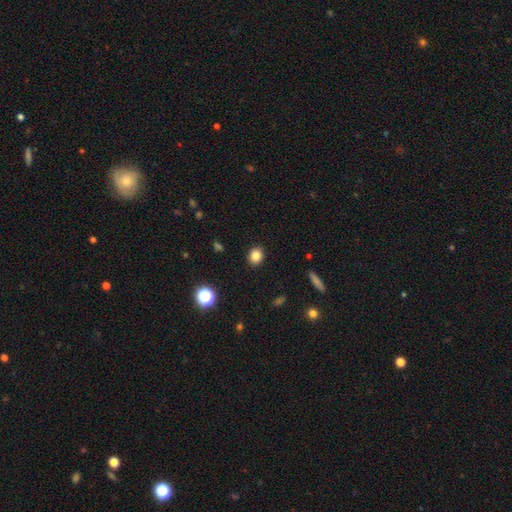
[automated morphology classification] This appears to be a smooth galaxy with no disk features (83%) that is round (68%). Merging: none (90%).